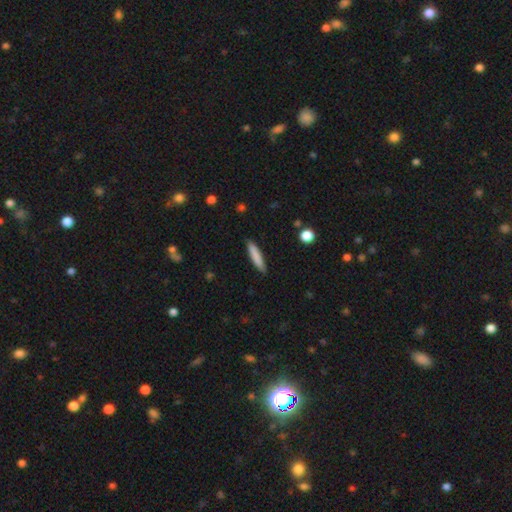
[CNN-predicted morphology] This appears to be a smooth galaxy with no disk features (83%) that is cigar-shaped (87%). Merging: none (88%).